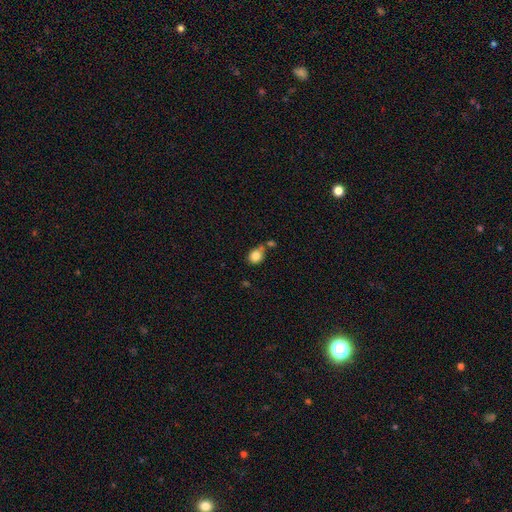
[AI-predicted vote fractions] This is clearly a smooth galaxy (84%). How rounded: possibly round (60%). Merging: possibly none (49%).